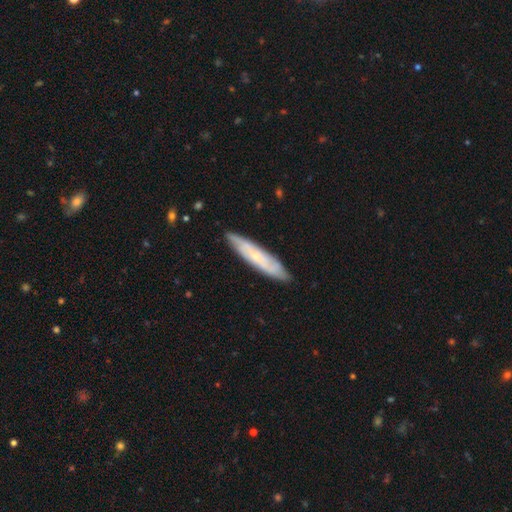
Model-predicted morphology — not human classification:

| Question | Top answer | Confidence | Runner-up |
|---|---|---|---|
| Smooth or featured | featured or disk | 52% | smooth (42%) |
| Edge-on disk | yes | 50% | tied: no (50%) |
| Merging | none | 85% | minor disturbance (12%) |